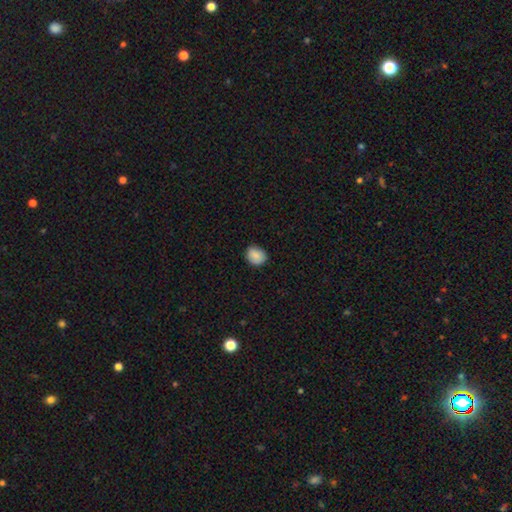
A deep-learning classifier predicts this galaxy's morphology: smooth-or-featured: smooth: 87% | star or artifact: 8% | featured or disk: 5%
  how-rounded: round: 66% | in between: 33% | cigar-shaped: 1%
  merging: none: 84% | minor disturbance: 13% | major disturbance: 2% | merger: 1%